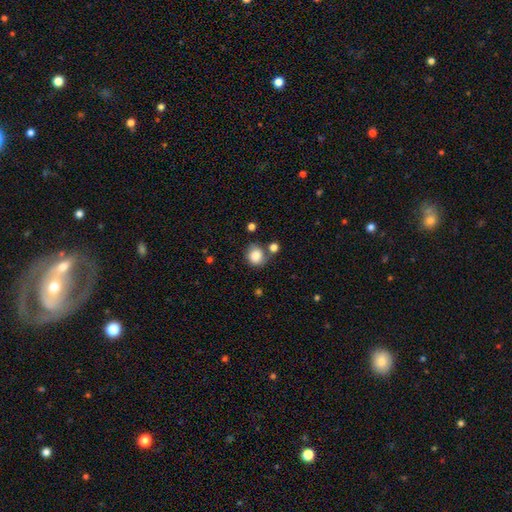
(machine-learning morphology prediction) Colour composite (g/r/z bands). It shows a smooth galaxy with no disk features (84%) that is round (78%). Merging: none (61%).